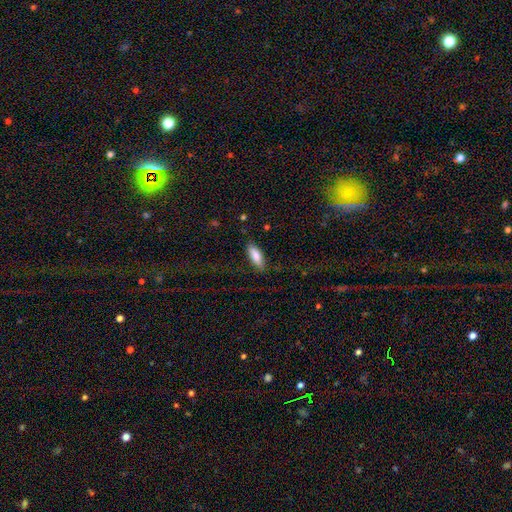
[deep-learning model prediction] smooth_or_featured: smooth (p=0.84) [alt: featured or disk p=0.10]
how_rounded: in between (p=0.64) [alt: cigar-shaped p=0.34]
merging: none (p=0.85) [alt: minor disturbance p=0.11]